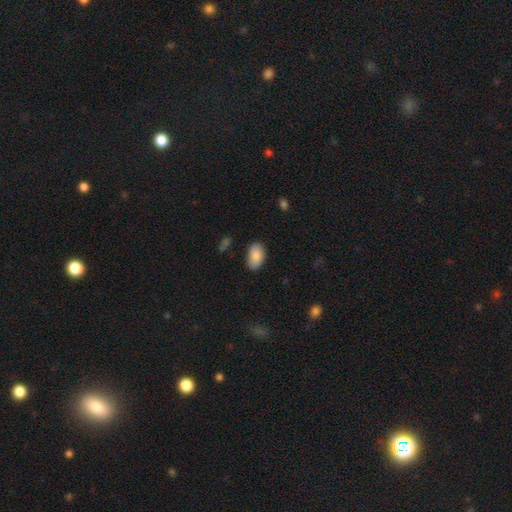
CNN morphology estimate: Overall: smooth (87%). How rounded: in between (93%). Merging: none (80%).